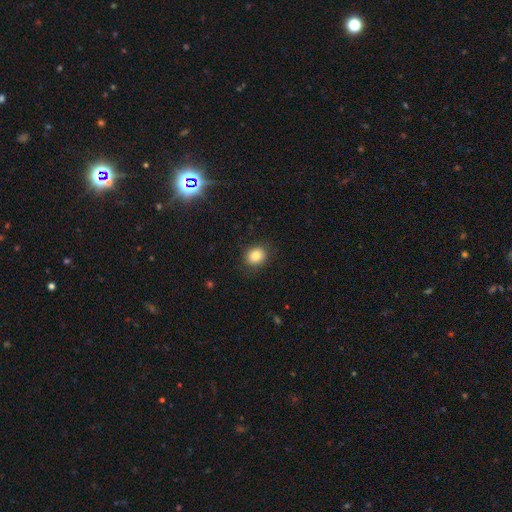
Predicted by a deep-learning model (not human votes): smooth_or_featured: smooth (p=0.82) [alt: star or artifact p=0.10]
how_rounded: round (p=0.65) [alt: in between p=0.35]
merging: none (p=0.87) [alt: minor disturbance p=0.09]